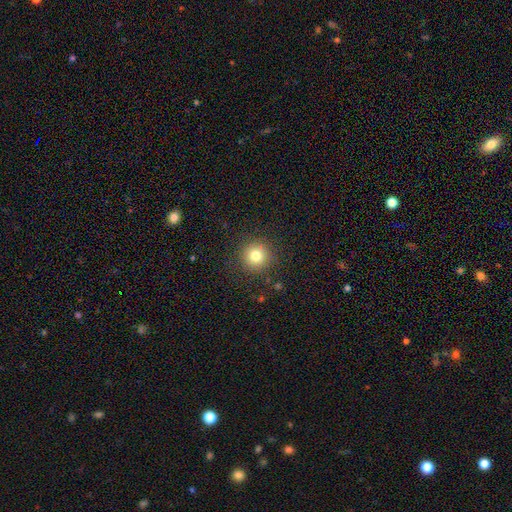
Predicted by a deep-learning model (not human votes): smooth_or_featured: smooth (p=0.79) [alt: star or artifact p=0.13]
how_rounded: round (p=0.95) [alt: in between p=0.04]
merging: none (p=0.90) [alt: minor disturbance p=0.06]